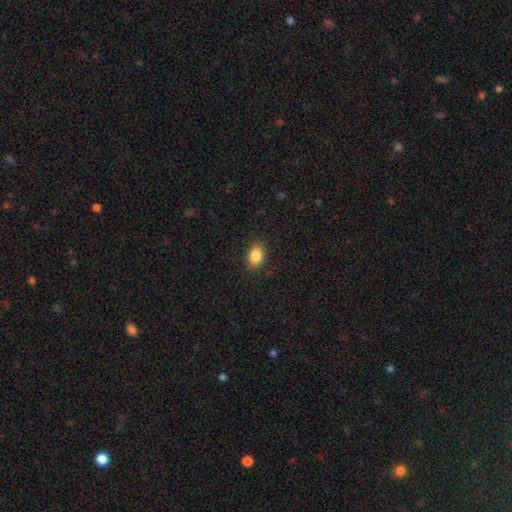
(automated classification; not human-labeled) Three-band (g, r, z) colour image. It shows a smooth galaxy with no disk features (86%) that is in between round and cigar-shaped (79%). Merging: none (87%).